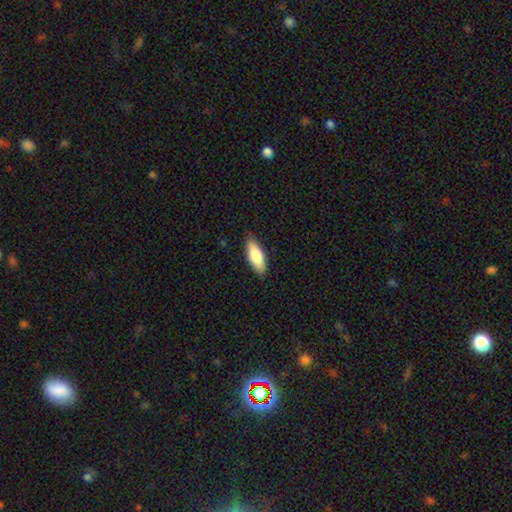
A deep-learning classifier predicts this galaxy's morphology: Smooth or featured: smooth — 78% (featured or disk — 17%)
How rounded: in between — 75% (cigar-shaped — 23%)
Merging: none — 86% (minor disturbance — 11%)